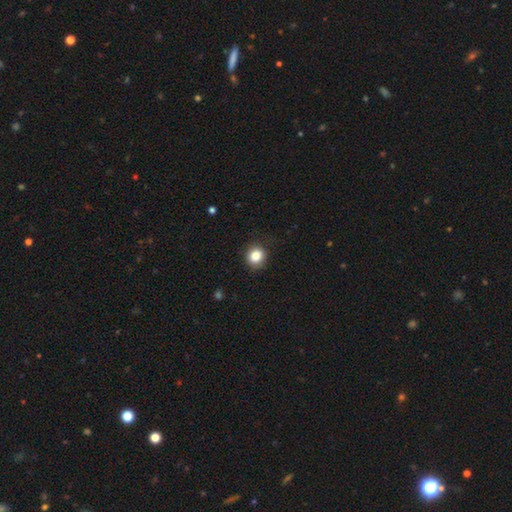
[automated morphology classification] A smooth galaxy with no disk features (85%) that is round (83%).

Vote fractions:
- Smooth or featured? smooth: 85% / star or artifact: 10% / featured or disk: 5%
- How rounded? round: 83% / in between: 16% / cigar-shaped: 1%
- Merging? none: 85% / minor disturbance: 11% / major disturbance: 3% / merger: 1%